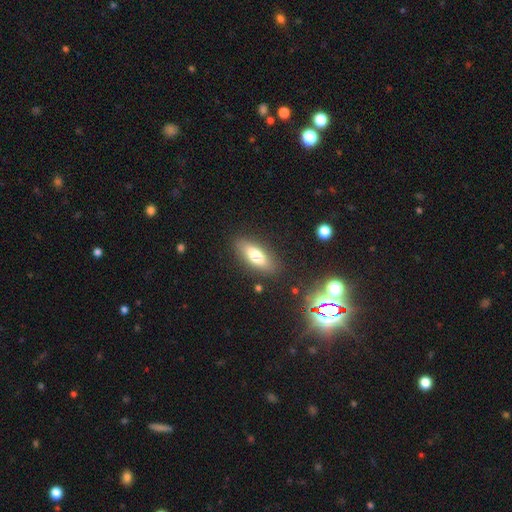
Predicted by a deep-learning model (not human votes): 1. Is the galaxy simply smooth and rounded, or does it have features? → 73% smooth, 19% featured or disk, 8% star or artifact.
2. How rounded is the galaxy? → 72% in between, 26% cigar-shaped, 3% round.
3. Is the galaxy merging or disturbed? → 85% none, 10% minor disturbance, 3% major disturbance, 2% merger.